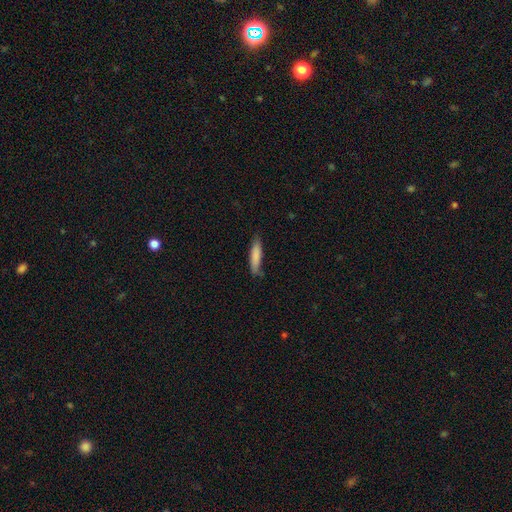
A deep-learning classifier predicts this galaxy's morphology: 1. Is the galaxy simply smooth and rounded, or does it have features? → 82% smooth, 12% featured or disk, 6% star or artifact.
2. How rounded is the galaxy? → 80% cigar-shaped, 19% in between, 1% round.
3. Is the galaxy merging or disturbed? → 74% none, 21% minor disturbance, 4% major disturbance, 2% merger.